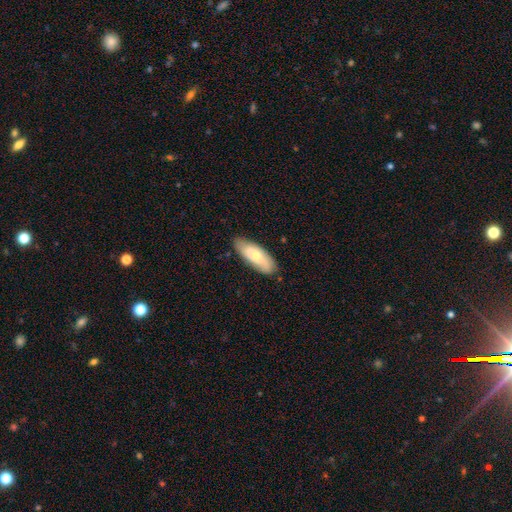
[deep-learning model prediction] Smooth or featured? Predicted: smooth (p=0.61). How rounded? Predicted: in between (p=0.76). Merging? Predicted: none (p=0.79).